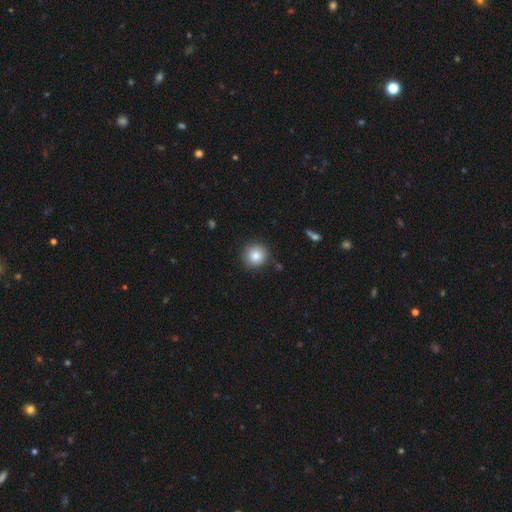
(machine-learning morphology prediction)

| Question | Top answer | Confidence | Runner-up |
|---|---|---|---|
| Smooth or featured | smooth | 83% | star or artifact (10%) |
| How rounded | round | 92% | in between (7%) |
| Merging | none | 87% | minor disturbance (9%) |